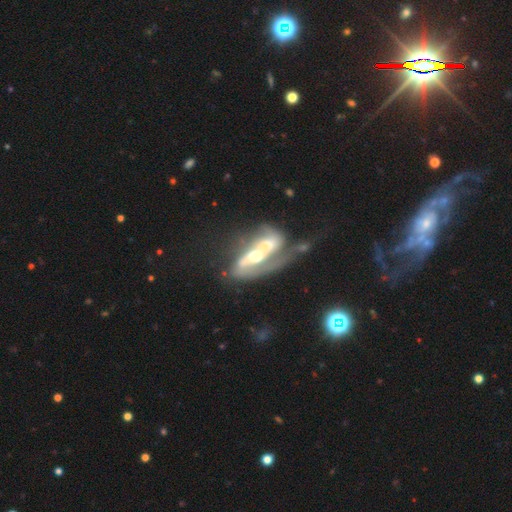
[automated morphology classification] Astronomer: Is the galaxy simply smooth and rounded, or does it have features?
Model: featured or disk — 75%.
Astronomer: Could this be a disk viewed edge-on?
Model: no — 91%.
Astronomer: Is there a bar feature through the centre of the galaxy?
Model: no — 47% (runner-up: weak, 29%).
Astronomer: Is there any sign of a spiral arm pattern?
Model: yes — 76%.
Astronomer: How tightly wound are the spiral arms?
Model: loose — 44% (runner-up: medium, 34%).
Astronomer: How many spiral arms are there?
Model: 2 — 52% (runner-up: 1, 28%).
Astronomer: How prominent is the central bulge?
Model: moderate — 63%.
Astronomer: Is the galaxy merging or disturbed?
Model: merger — 67%.